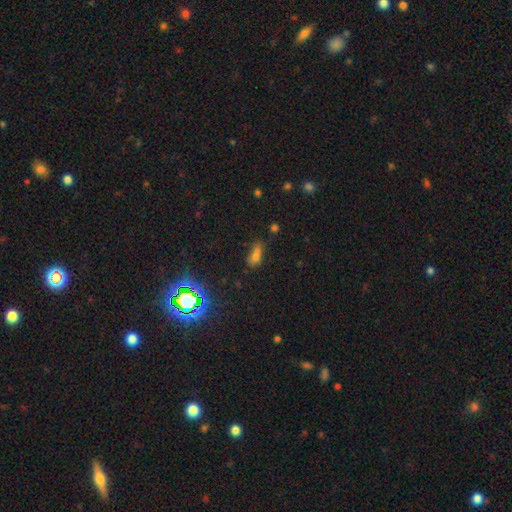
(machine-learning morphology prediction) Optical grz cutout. It shows a smooth galaxy with no disk features (58%) that is in between round and cigar-shaped (71%). Merging: none (38%).